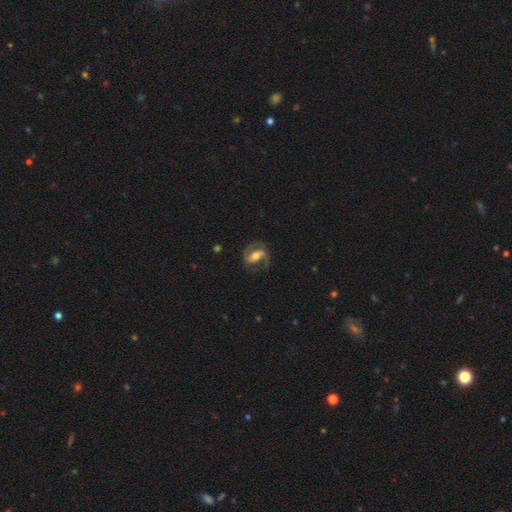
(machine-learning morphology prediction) Q: Smooth or featured?
A: featured or disk (83%); runner-up: smooth (11%)
Q: Edge-on disk?
A: no (97%); runner-up: yes (3%)
Q: Bar?
A: strong (42%); runner-up: weak (37%)
Q: Spiral arms?
A: yes (95%); runner-up: no (5%)
Q: Spiral winding?
A: medium (55%); runner-up: loose (23%)
Q: Spiral arm count?
A: 2 (90%); runner-up: 1 (3%)
Q: Bulge size?
A: moderate (61%); runner-up: small (24%)
Q: Merging?
A: none (75%); runner-up: minor disturbance (15%)